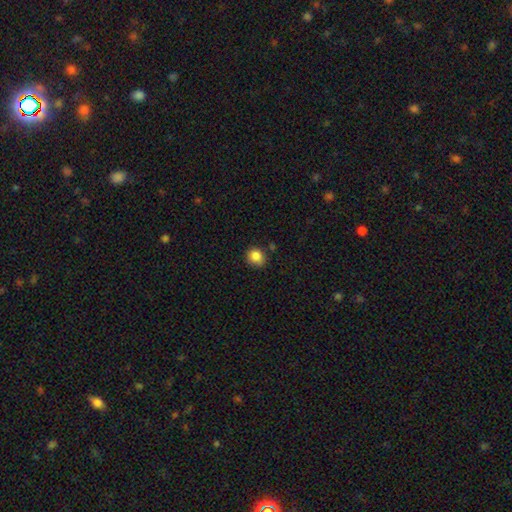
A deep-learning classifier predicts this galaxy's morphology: Smooth or featured? Predicted: smooth (p=0.84). How rounded? Predicted: round (p=0.81). Merging? Predicted: none (p=0.72).